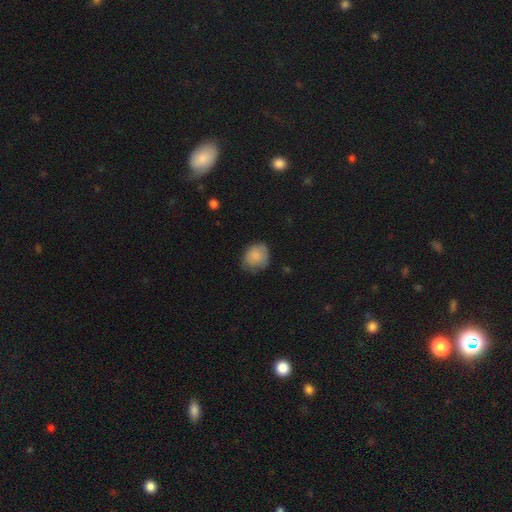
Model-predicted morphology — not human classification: A smooth galaxy with no disk features (81%) that is round (61%). Merging: none (64%).